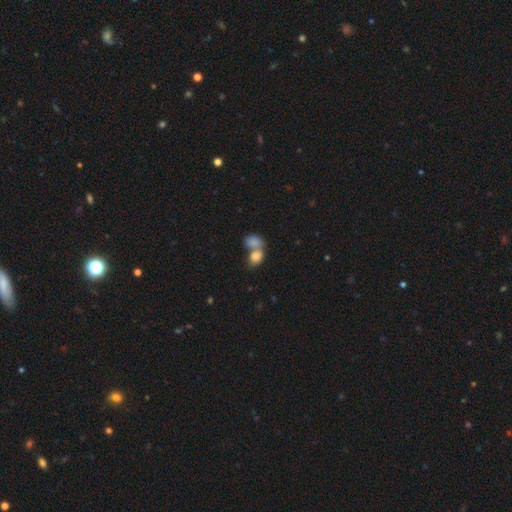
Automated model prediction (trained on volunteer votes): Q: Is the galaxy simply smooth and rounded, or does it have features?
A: smooth — 82%.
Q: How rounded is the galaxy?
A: in between — 71%.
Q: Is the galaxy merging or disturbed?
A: merger — 61%.